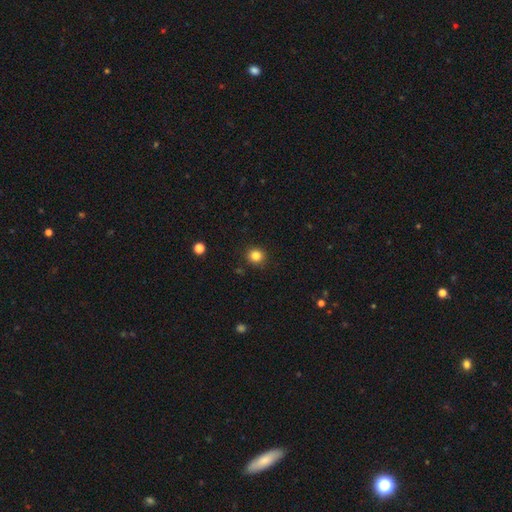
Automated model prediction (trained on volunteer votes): Overall: smooth (83%). How rounded: round (90%). Merging: none (91%).